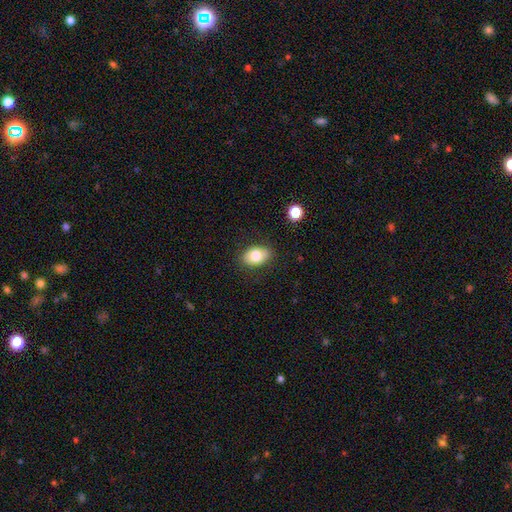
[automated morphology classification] The model was most divided on "smooth or featured": smooth: 78%, featured or disk: 13%, star or artifact: 8%. More confident: how rounded — in between (85%); merging — none (85%).